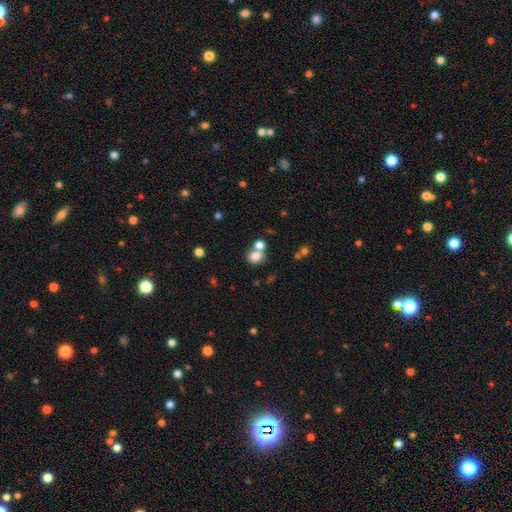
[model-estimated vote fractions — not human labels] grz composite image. It shows a smooth galaxy with no disk features (78%) that is round (64%). Merging: none (47%).